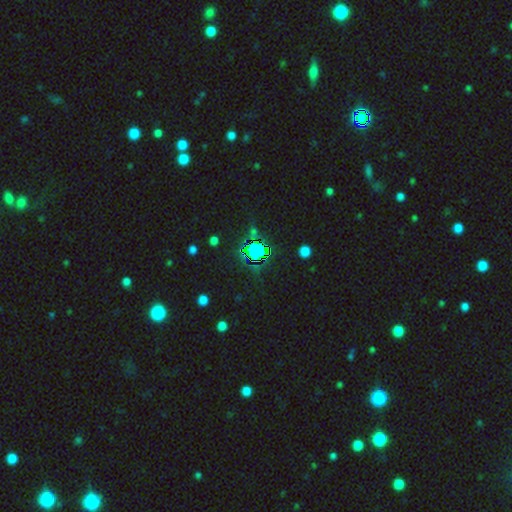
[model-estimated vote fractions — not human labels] Smooth or featured: star or artifact — 73% (smooth — 17%)